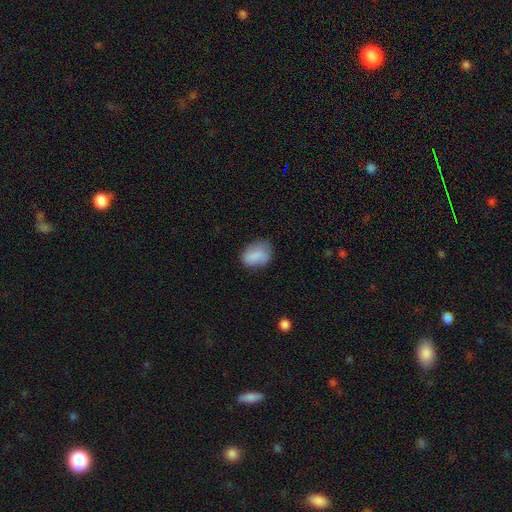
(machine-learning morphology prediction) smooth 83%, featured or disk 9%, star or artifact 8%. Down the decision tree: how rounded — in between (74%); merging — none (61%).